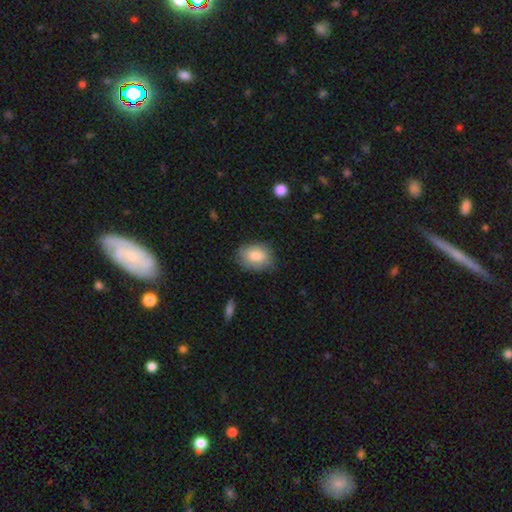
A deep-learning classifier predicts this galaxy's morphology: smooth_or_featured: smooth (p=0.82) [alt: featured or disk p=0.11]
how_rounded: in between (p=0.68) [alt: round p=0.31]
merging: none (p=0.77) [alt: minor disturbance p=0.18]